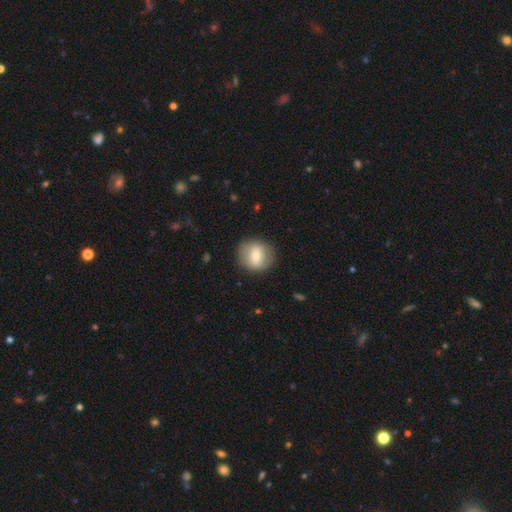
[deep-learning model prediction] Smooth or featured? smooth (66%)
How rounded? round (82%)
Merging? none (86%)